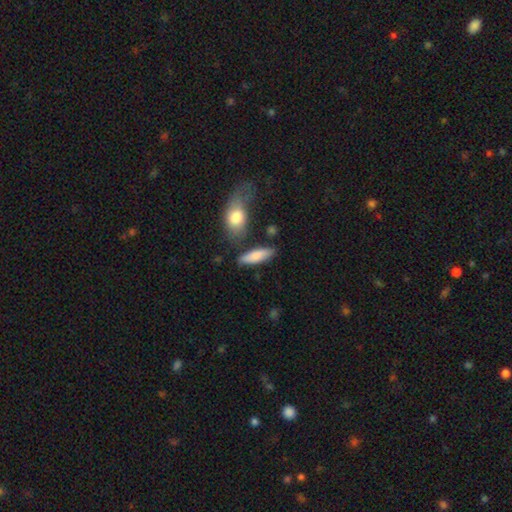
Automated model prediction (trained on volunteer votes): A smooth galaxy with no disk features (79%) that is cigar-shaped (51%). Merging: none (75%).